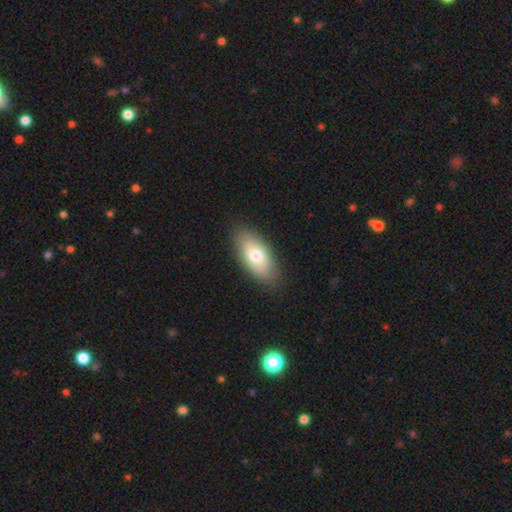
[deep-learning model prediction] The model was most divided on "smooth or featured": smooth: 70%, featured or disk: 24%, star or artifact: 6%. More confident: how rounded — in between (89%); merging — none (85%).